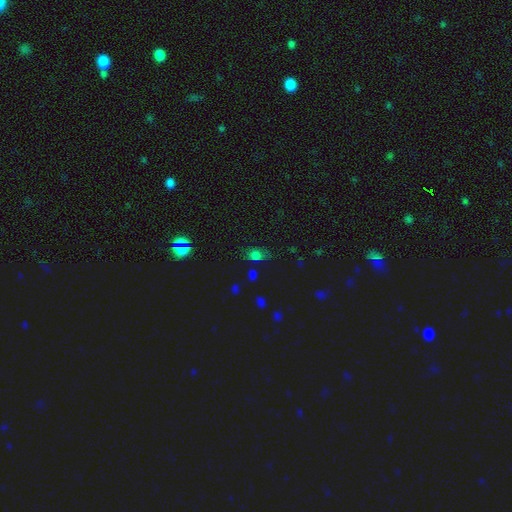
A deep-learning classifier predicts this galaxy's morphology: A smooth galaxy with no disk features (61%) that is in between round and cigar-shaped (67%). Merging: none (60%).